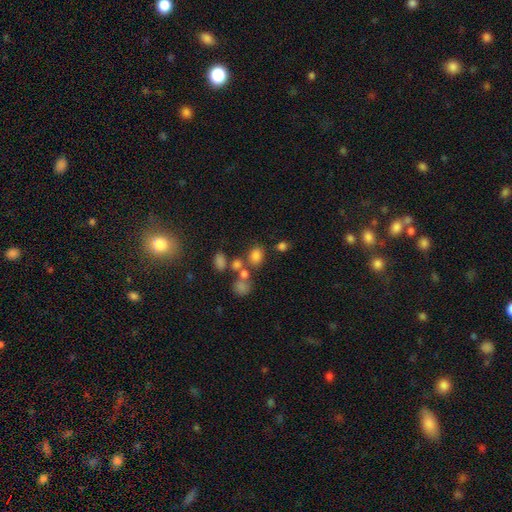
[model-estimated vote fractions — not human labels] smooth_or_featured: smooth (p=0.75) [alt: star or artifact p=0.15]
how_rounded: in between (p=0.54) [alt: round p=0.45]
merging: none (p=0.57) [alt: merger p=0.24]